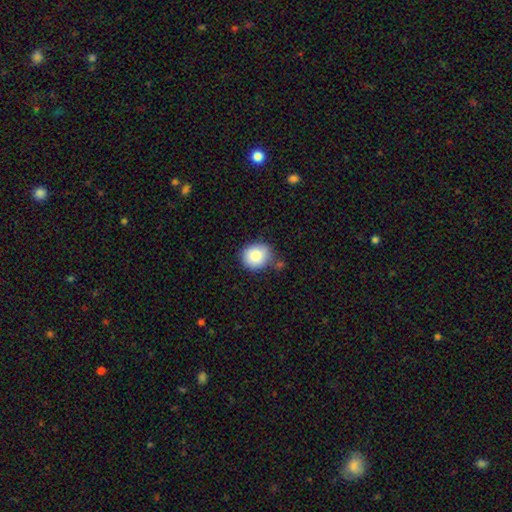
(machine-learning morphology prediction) smooth-or-featured: smooth: 86% | star or artifact: 8% | featured or disk: 7%
  how-rounded: round: 74% | in between: 26% | cigar-shaped: 1%
  merging: none: 74% | minor disturbance: 18% | merger: 5% | major disturbance: 4%